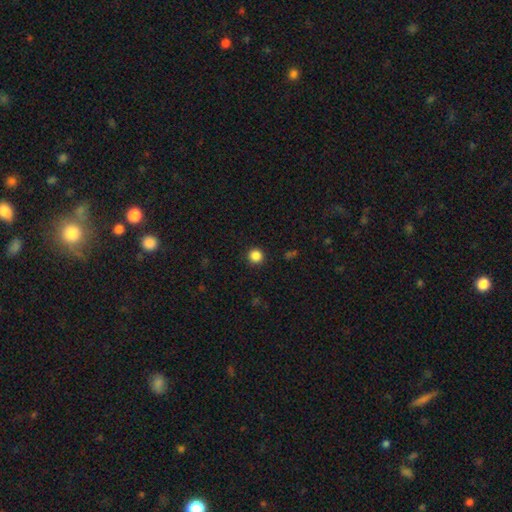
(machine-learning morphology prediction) type=smooth (86%); roundness=round (95%); merging=none (92%).